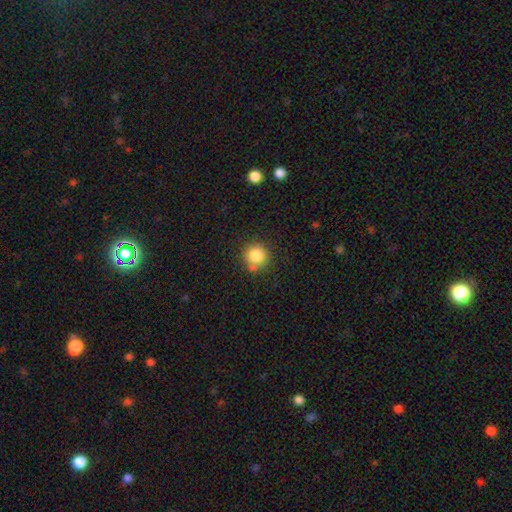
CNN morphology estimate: type=smooth (83%); roundness=round (92%); merging=none (77%).